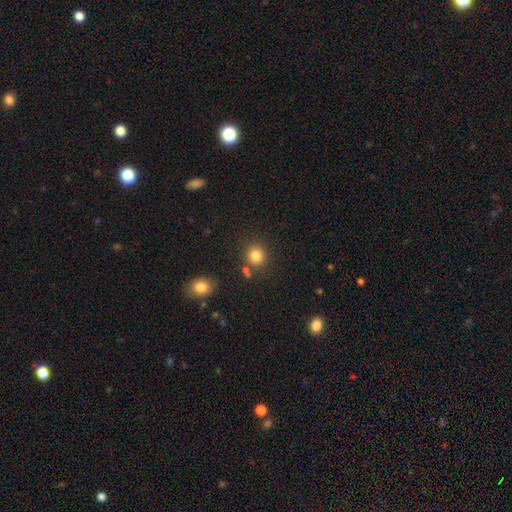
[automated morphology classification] smooth_or_featured: smooth (p=0.83) [alt: star or artifact p=0.12]
how_rounded: round (p=0.85) [alt: in between p=0.14]
merging: none (p=0.77) [alt: minor disturbance p=0.10]